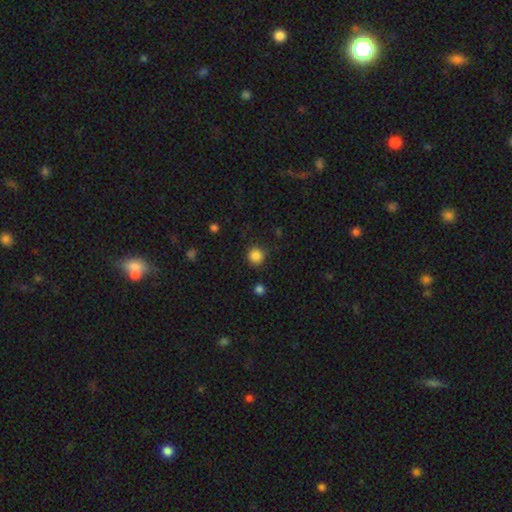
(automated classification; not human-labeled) smooth-or-featured: smooth: 86% | star or artifact: 11% | featured or disk: 3%
  how-rounded: round: 94% | in between: 5% | cigar-shaped: 1%
  merging: none: 88% | minor disturbance: 7% | major disturbance: 3% | merger: 2%